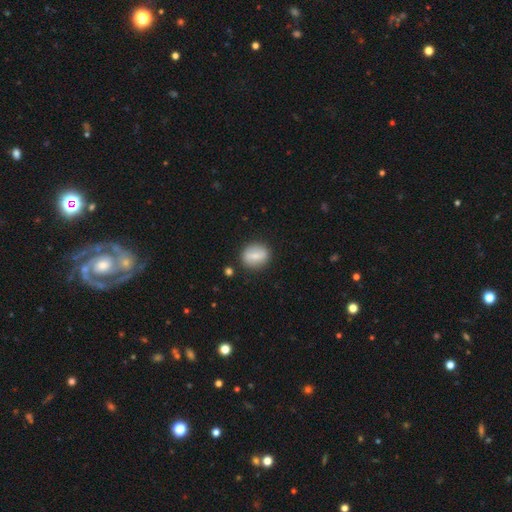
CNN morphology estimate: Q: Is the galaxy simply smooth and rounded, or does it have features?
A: smooth — 69%.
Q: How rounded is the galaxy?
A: round — 58%.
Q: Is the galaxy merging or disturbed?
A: none — 84%.